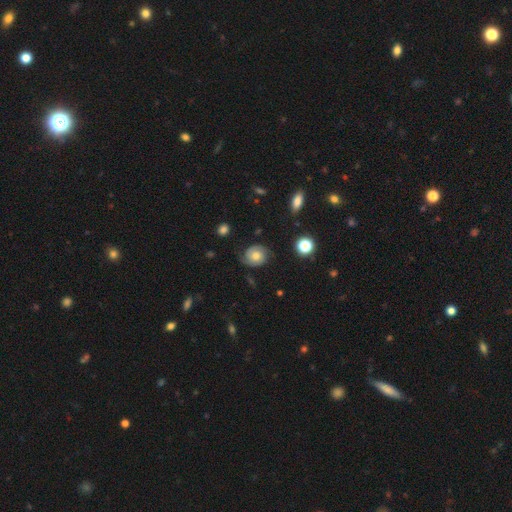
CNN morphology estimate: Smooth or featured: featured or disk — 68% (smooth — 23%)
Edge-on disk: no — 97% (yes — 3%)
Bar: no — 77% (weak — 20%)
Spiral arms: yes — 93% (no — 7%)
Spiral winding: tight — 53% (medium — 36%)
Spiral arm count: 2 — 85% (can't tell — 7%)
Bulge size: moderate — 66% (small — 19%)
Merging: none — 76% (minor disturbance — 16%)